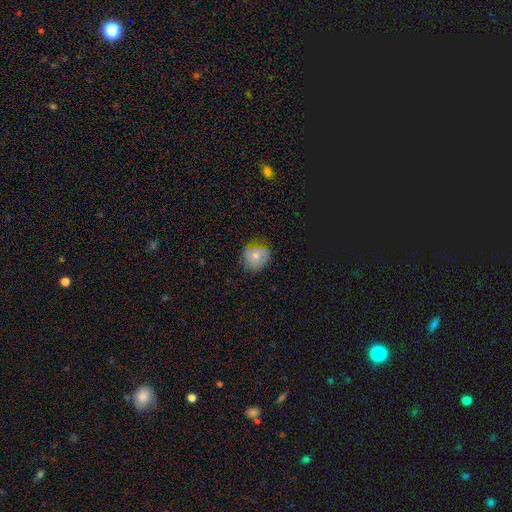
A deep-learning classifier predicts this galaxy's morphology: Smooth or featured?
  - smooth: 64% *
  - featured or disk: 28%
  - star or artifact: 9%
How rounded?
  - round: 73% *
  - in between: 26%
  - cigar-shaped: 1%
Merging?
  - none: 66% *
  - minor disturbance: 26%
  - major disturbance: 7%
  - merger: 1%